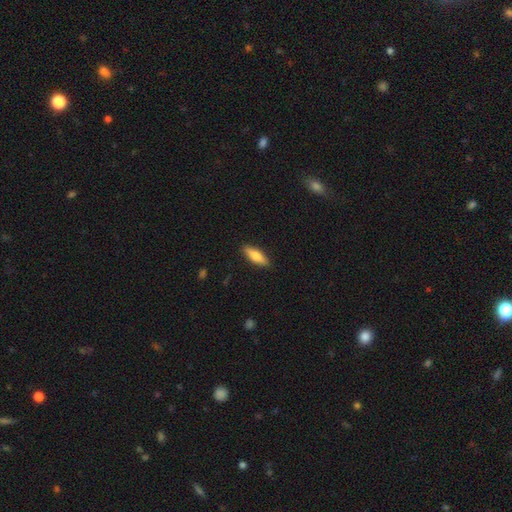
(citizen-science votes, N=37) A smooth galaxy with no disk features (81%) that is in between round and cigar-shaped (60%).

Vote fractions:
- Smooth or featured? smooth: 81% / featured or disk: 16% / star or artifact: 3%
- How rounded? in between: 60% / cigar-shaped: 40% / round: 0%
- Merging? none: 86% / minor disturbance: 11% / major disturbance: 3% / merger: 0%